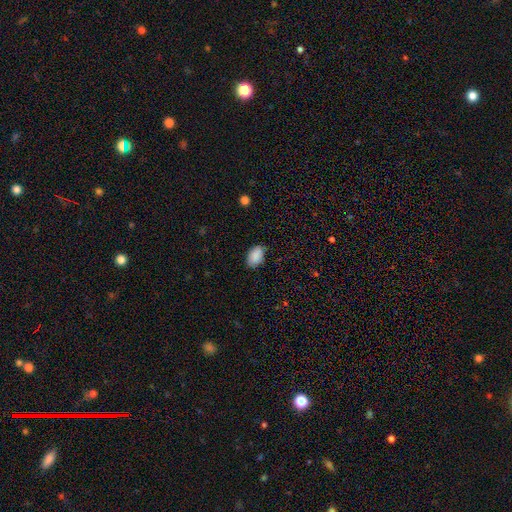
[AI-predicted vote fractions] The model was most divided on "merging": none: 81%, minor disturbance: 16%, major disturbance: 3%, merger: 1%. More confident: how rounded — in between (92%); smooth or featured — smooth (88%).